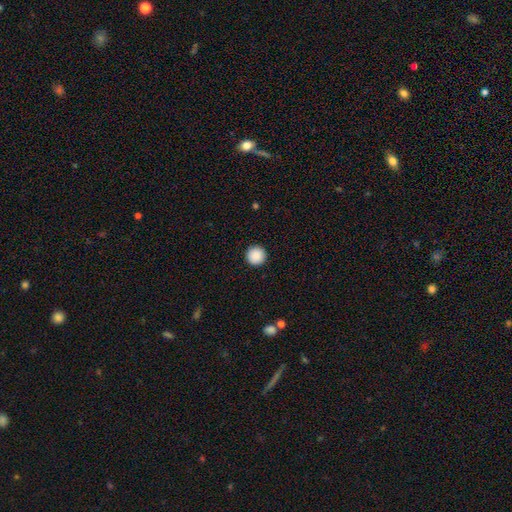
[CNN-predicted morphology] This is clearly a smooth galaxy (89%). How rounded: clearly round (97%). Merging: clearly none (94%).